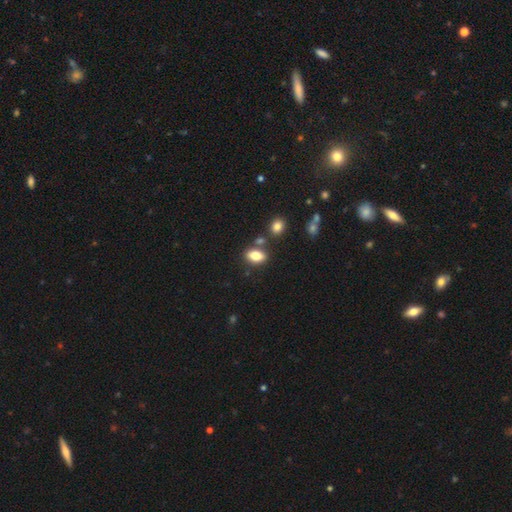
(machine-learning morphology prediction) A smooth galaxy with no disk features (82%) that is in between round and cigar-shaped (86%).

Vote fractions:
- Smooth or featured? smooth: 82% / featured or disk: 10% / star or artifact: 9%
- How rounded? in between: 86% / round: 11% / cigar-shaped: 3%
- Merging? none: 71% / merger: 14% / minor disturbance: 12% / major disturbance: 3%